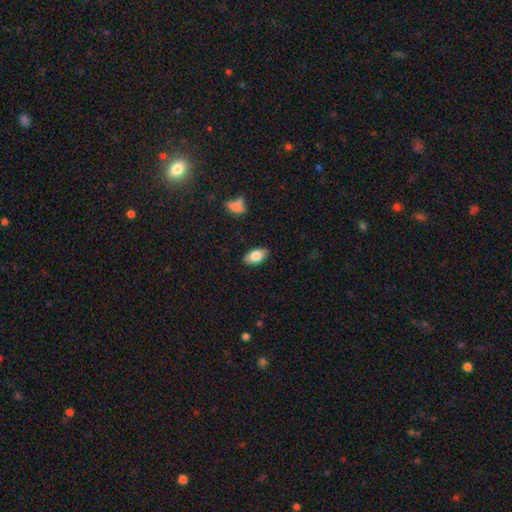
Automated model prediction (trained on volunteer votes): The model was most divided on "smooth or featured": smooth: 82%, featured or disk: 11%, star or artifact: 7%. More confident: how rounded — in between (92%); merging — none (87%).